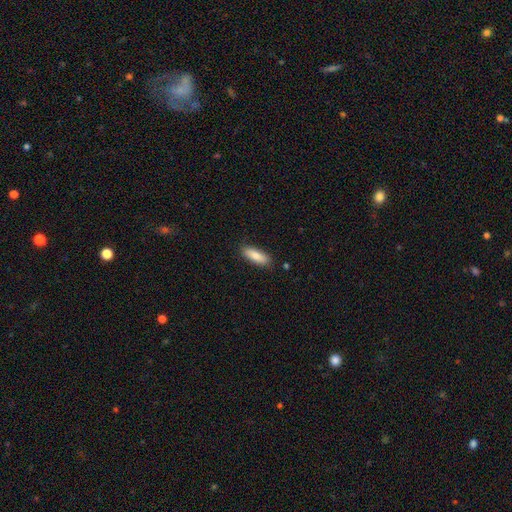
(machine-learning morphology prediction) Smooth or featured: smooth — 85% (featured or disk — 9%)
How rounded: in between — 60% (cigar-shaped — 38%)
Merging: none — 85% (minor disturbance — 11%)